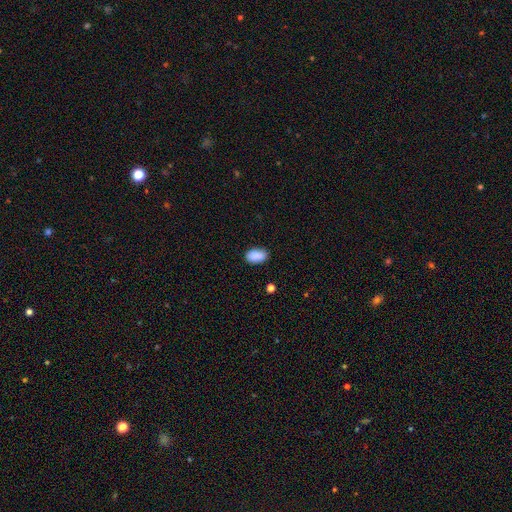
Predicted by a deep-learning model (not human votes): The model was most divided on "merging": none: 82%, minor disturbance: 13%, major disturbance: 3%, merger: 2%. More confident: how rounded — in between (92%); smooth or featured — smooth (88%).